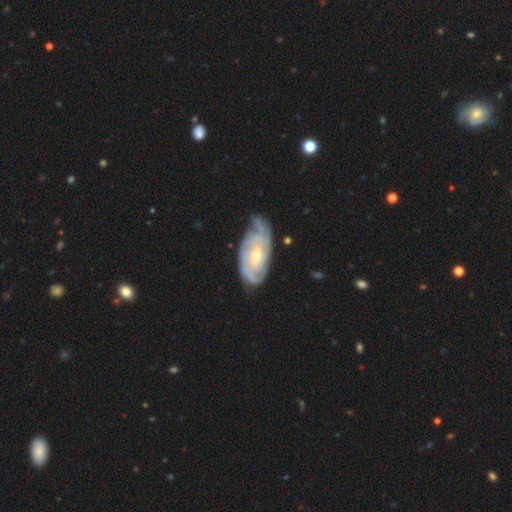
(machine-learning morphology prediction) Smooth or featured? featured or disk (83%)
Edge-on disk? no (95%)
Bar? no (70%)
Spiral arms? yes (95%)
Spiral winding? tight (71%)
Spiral arm count? can't tell (37%)
Bulge size? small (55%)
Merging? none (64%)